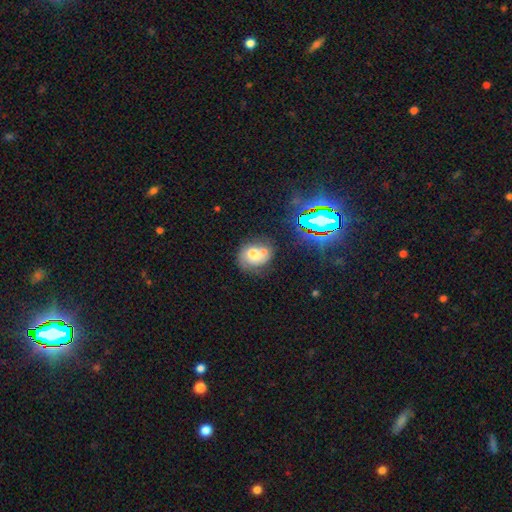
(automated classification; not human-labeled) This appears to be a smooth galaxy with no disk features (45%). Merging: merger (39%).